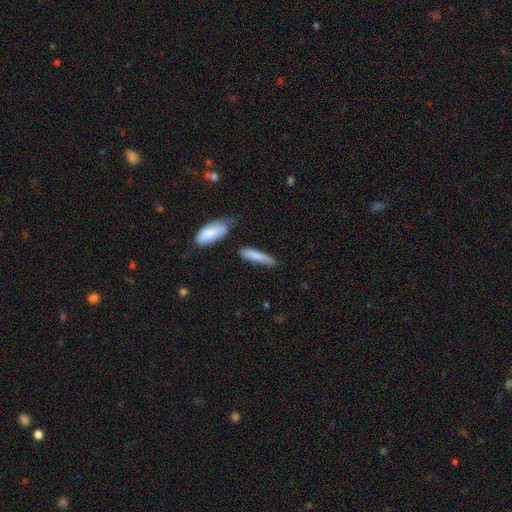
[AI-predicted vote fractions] A smooth galaxy with no disk features (81%) that is cigar-shaped (82%).

Vote fractions:
- Smooth or featured? smooth: 81% / featured or disk: 14% / star or artifact: 6%
- How rounded? cigar-shaped: 82% / in between: 17% / round: 2%
- Merging? none: 60% / minor disturbance: 25% / merger: 8% / major disturbance: 7%